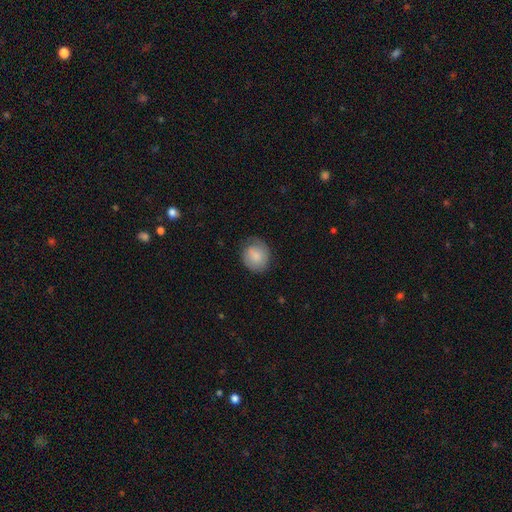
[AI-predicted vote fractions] smooth_or_featured: smooth (p=0.77) [alt: featured or disk p=0.17]
how_rounded: round (p=0.72) [alt: in between p=0.28]
merging: none (p=0.70) [alt: minor disturbance p=0.22]